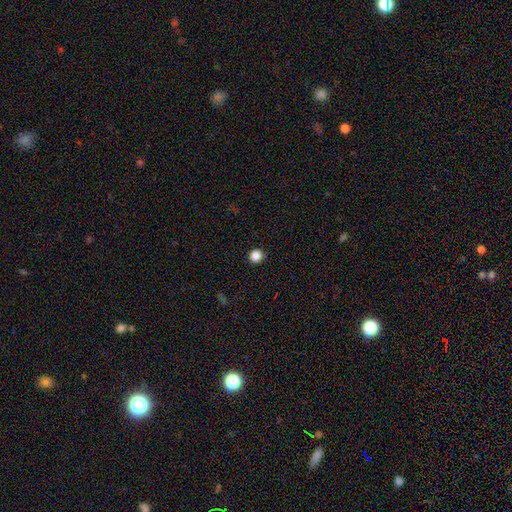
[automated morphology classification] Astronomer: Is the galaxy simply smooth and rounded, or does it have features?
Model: smooth — 86%.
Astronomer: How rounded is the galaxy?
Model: round — 95%.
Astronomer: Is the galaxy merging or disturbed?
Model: none — 93%.